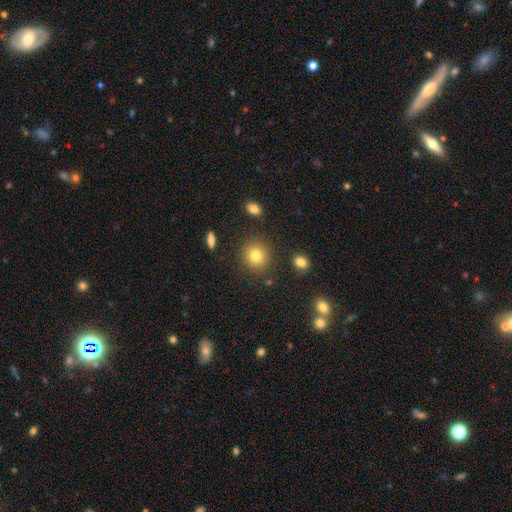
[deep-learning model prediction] smooth_or_featured: smooth (p=0.80) [alt: star or artifact p=0.11]
how_rounded: round (p=0.86) [alt: in between p=0.13]
merging: none (p=0.85) [alt: minor disturbance p=0.09]